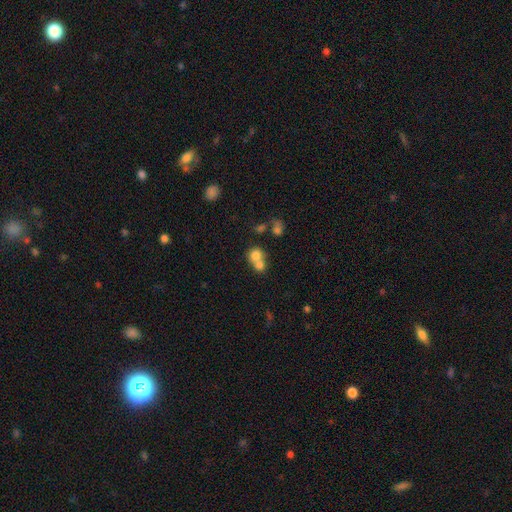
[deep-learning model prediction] A smooth galaxy with no disk features (73%) that is round (78%). Merging: merger (61%).